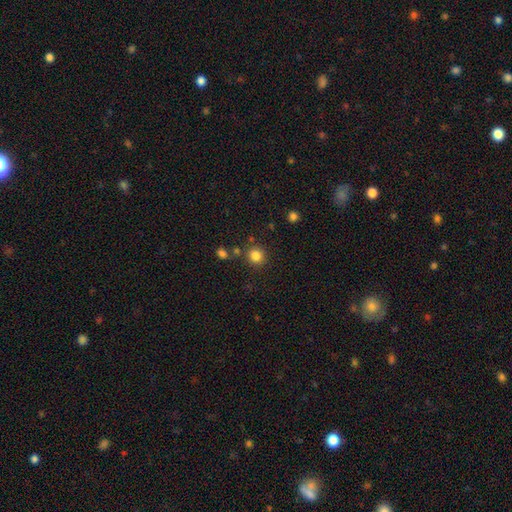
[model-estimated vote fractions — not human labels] Smooth or featured?
  - smooth: 83% *
  - star or artifact: 12%
  - featured or disk: 5%
How rounded?
  - round: 91% *
  - in between: 8%
  - cigar-shaped: 1%
Merging?
  - none: 83% *
  - minor disturbance: 8%
  - merger: 6%
  - major disturbance: 3%